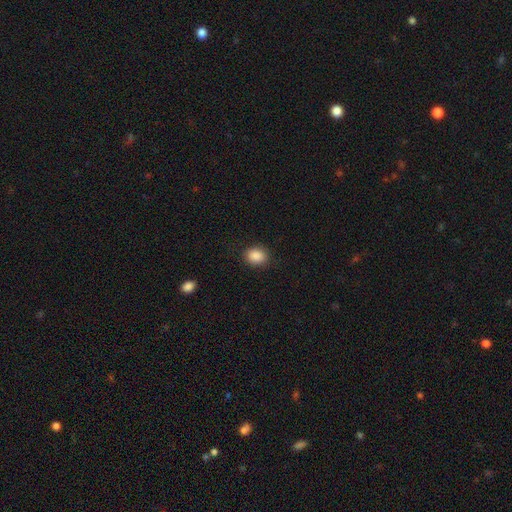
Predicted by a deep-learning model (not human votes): Morphology: type=smooth (89%); roundness=round (51%); merging=none (87%).